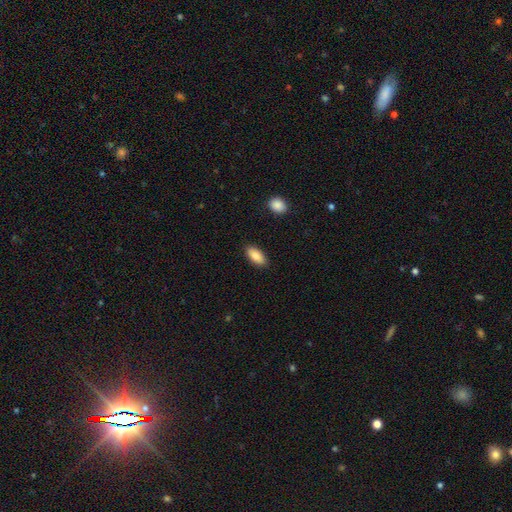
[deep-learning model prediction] Morphology: type=smooth (87%); roundness=in between (89%); merging=none (87%).